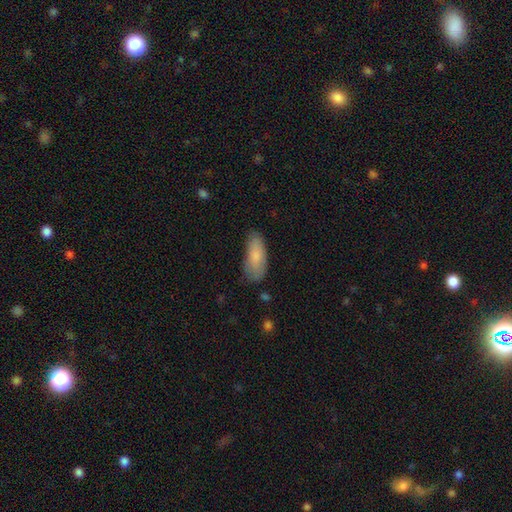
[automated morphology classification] This is clearly a smooth galaxy (81%). How rounded: likely in between (78%). Merging: likely none (71%).